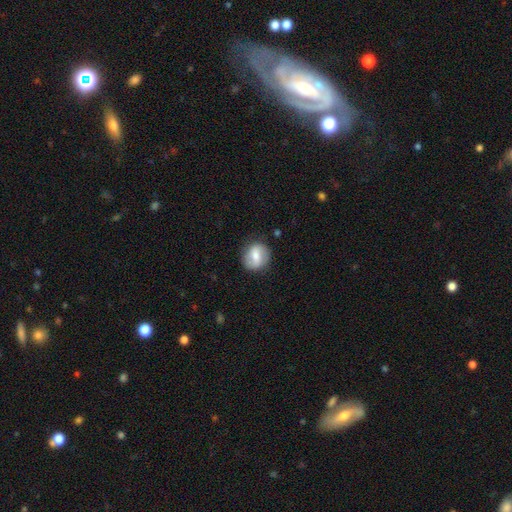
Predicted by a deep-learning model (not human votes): Smooth or featured?
  - smooth: 58% *
  - featured or disk: 35%
  - star or artifact: 7%
How rounded?
  - round: 72% *
  - in between: 27%
  - cigar-shaped: 1%
Merging?
  - none: 82% *
  - minor disturbance: 13%
  - major disturbance: 4%
  - merger: 1%